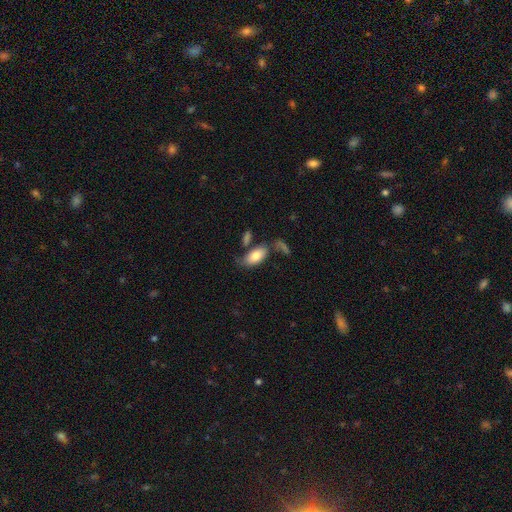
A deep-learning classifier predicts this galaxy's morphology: This is likely a smooth galaxy (77%). How rounded: clearly in between (91%). Merging: possibly none (58%).